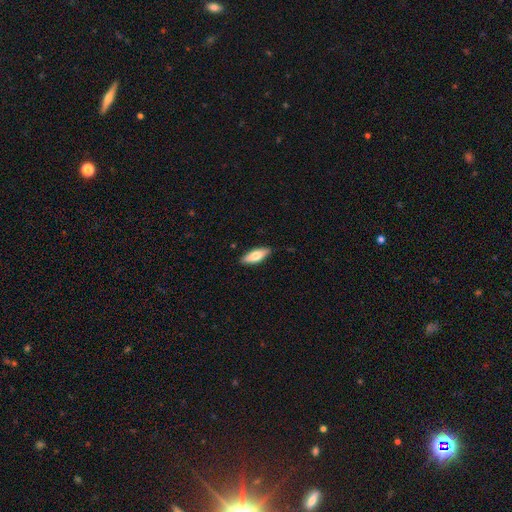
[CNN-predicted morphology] This appears to be a smooth galaxy with no disk features (71%) that is in between round and cigar-shaped (64%). Merging: none (87%).